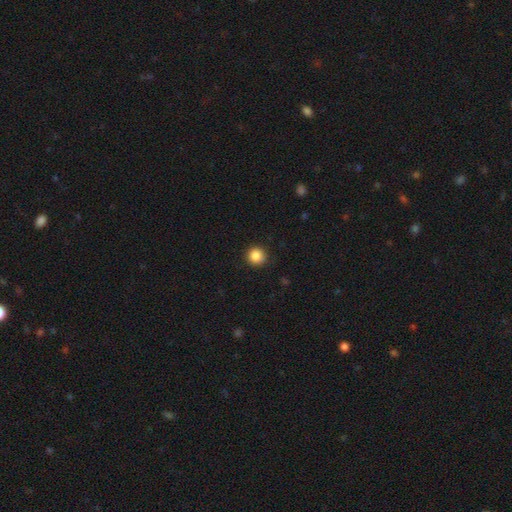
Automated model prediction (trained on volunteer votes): Smooth or featured?
  - smooth: 87% *
  - star or artifact: 10%
  - featured or disk: 3%
How rounded?
  - round: 93% *
  - in between: 6%
  - cigar-shaped: 1%
Merging?
  - none: 92% *
  - minor disturbance: 5%
  - major disturbance: 2%
  - merger: 1%